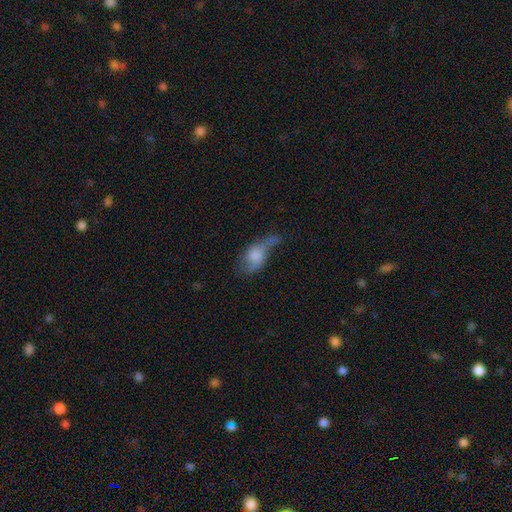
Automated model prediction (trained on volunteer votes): smooth-or-featured: smooth: 52% | featured or disk: 39% | star or artifact: 9%
  how-rounded: in between: 86% | round: 8% | cigar-shaped: 6%
  merging: major disturbance: 34% | minor disturbance: 29% | none: 27% | merger: 9%